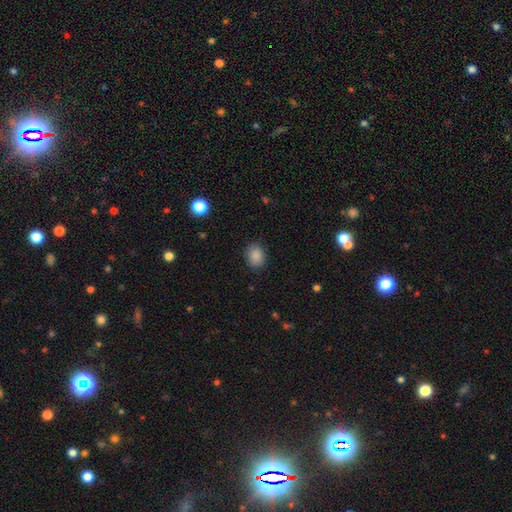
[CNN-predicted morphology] The model was most divided on "how rounded": in between: 50%, round: 49%, cigar-shaped: 1%. More confident: smooth or featured — smooth (88%); merging — none (85%).